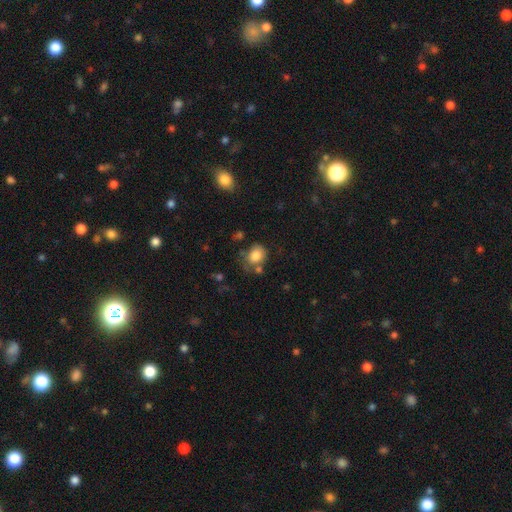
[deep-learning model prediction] This is clearly a smooth galaxy (82%). How rounded: likely round (63%). Merging: possibly none (55%).